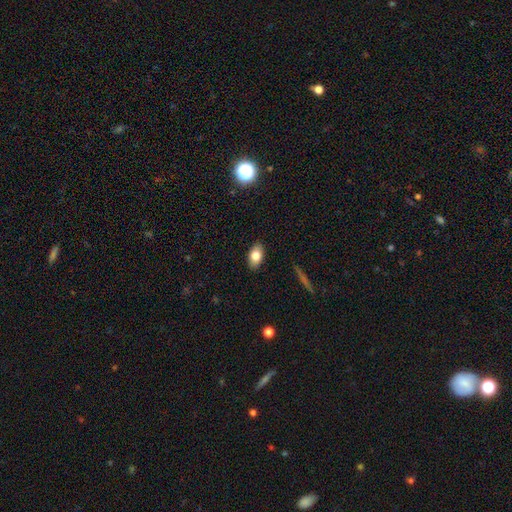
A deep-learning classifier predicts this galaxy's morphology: Smooth or featured? smooth (78%)
How rounded? in between (90%)
Merging? none (88%)